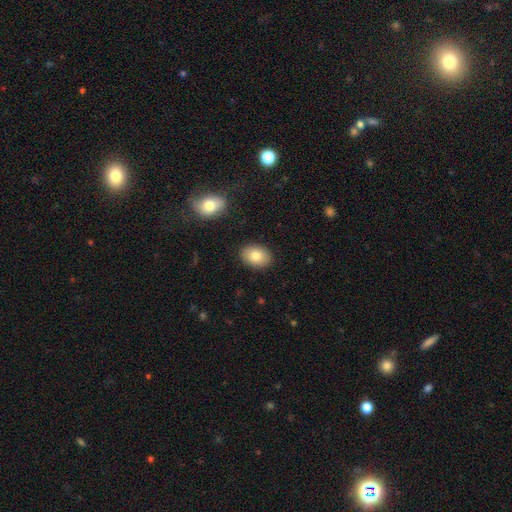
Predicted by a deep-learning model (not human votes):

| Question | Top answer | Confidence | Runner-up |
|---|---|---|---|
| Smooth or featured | smooth | 82% | featured or disk (10%) |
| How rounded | in between | 80% | round (19%) |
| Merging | none | 88% | minor disturbance (8%) |